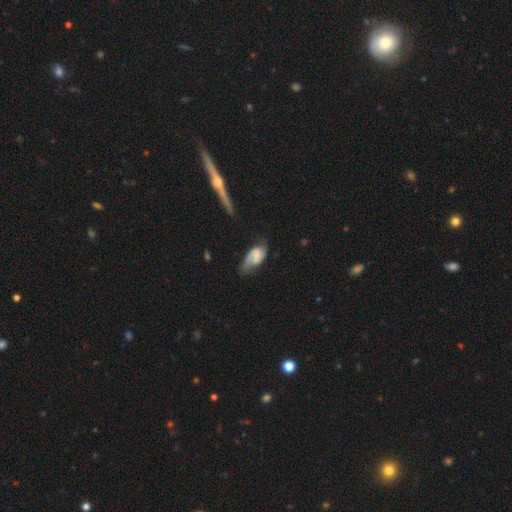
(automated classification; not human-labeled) Q: Smooth or featured?
A: featured or disk (54%); runner-up: smooth (38%)
Q: Edge-on disk?
A: no (95%); runner-up: yes (5%)
Q: Bar?
A: no (51%); runner-up: weak (37%)
Q: Spiral arms?
A: yes (87%); runner-up: no (13%)
Q: Bulge size?
A: small (42%); runner-up: none (30%)
Q: Merging?
A: none (48%); runner-up: minor disturbance (32%)